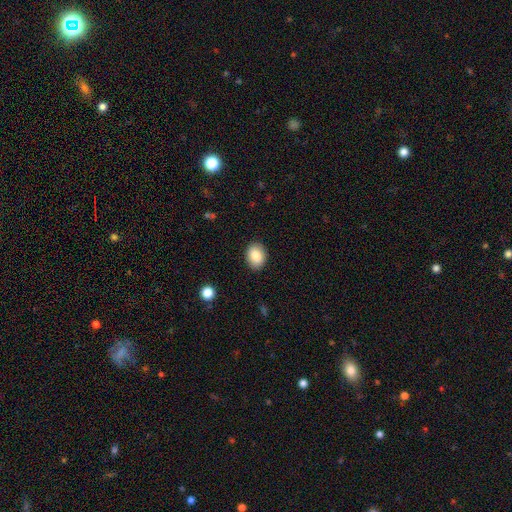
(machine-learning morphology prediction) Q: Smooth or featured?
A: smooth (86%); runner-up: star or artifact (8%)
Q: How rounded?
A: in between (71%); runner-up: round (28%)
Q: Merging?
A: none (88%); runner-up: minor disturbance (8%)